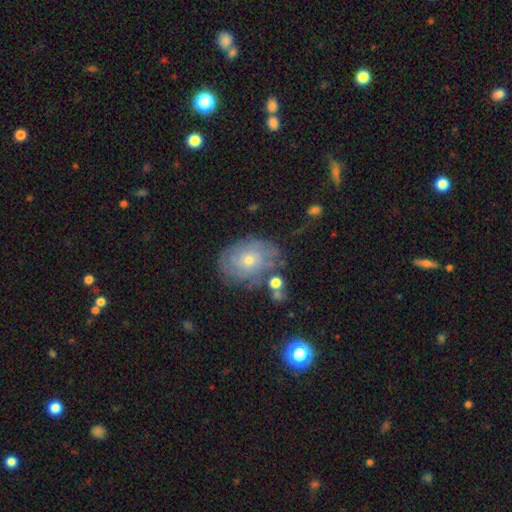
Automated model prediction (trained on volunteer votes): Overall: featured or disk (61%; smooth 29%). Edge-on disk: no (96%). Bar: no (83%). Spiral arms: yes (79%). Bulge size: small (66%; moderate 31%). Merging: none (68%).